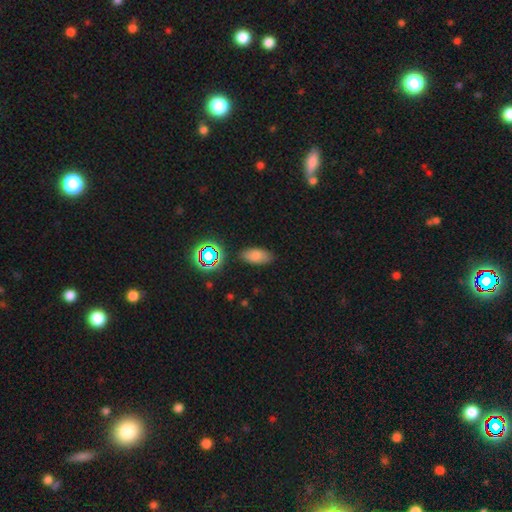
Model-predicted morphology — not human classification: type=smooth (75%); roundness=in between (90%); merging=none (84%).